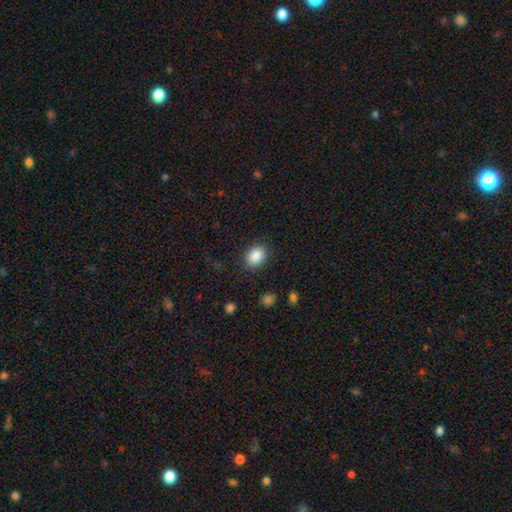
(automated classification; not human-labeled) This appears to be a smooth galaxy with no disk features (87%) that is in between round and cigar-shaped (59%). Merging: none (86%).